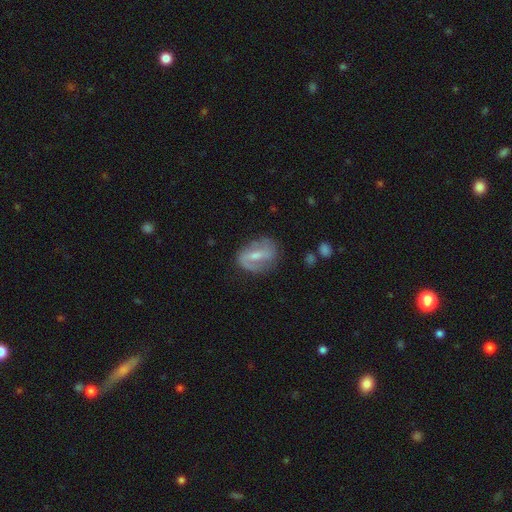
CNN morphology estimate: smooth-or-featured: featured or disk: 68% | smooth: 25% | star or artifact: 7%
  disk-edge-on: no: 94% | yes: 6%
    bar: strong: 41% (tied) | weak: 41% (tied) | no: 17%
    has-spiral-arms: yes: 77% | no: 23%
    bulge-size: moderate: 45% (tied) | small: 45% (tied) | none: 6% | large: 3% | dominant: 1%
  merging: none: 69% | minor disturbance: 20% | major disturbance: 9% | merger: 2%